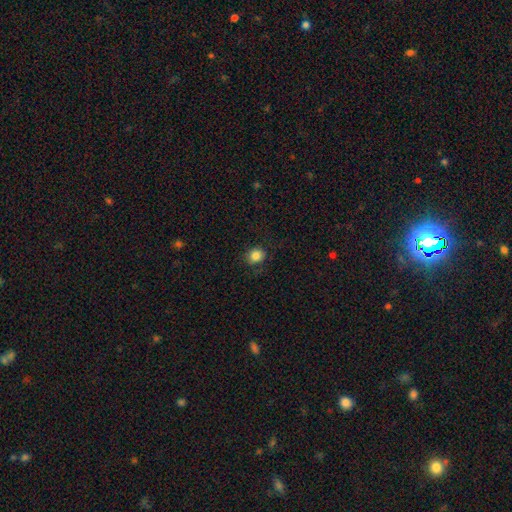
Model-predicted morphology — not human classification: Smooth or featured? smooth (84%)
How rounded? round (76%)
Merging? none (79%)